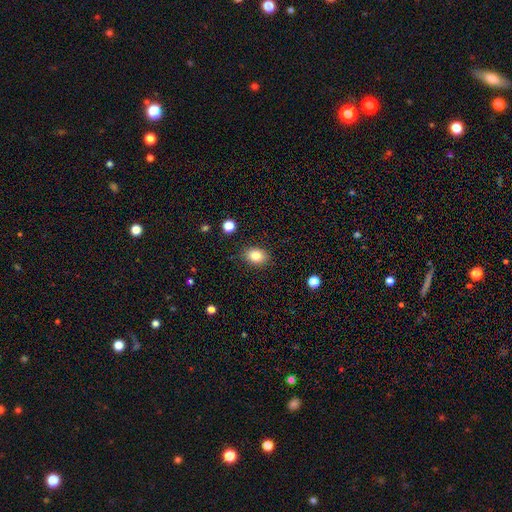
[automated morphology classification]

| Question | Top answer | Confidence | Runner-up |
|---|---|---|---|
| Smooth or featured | smooth | 82% | star or artifact (9%) |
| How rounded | in between | 73% | round (26%) |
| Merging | none | 86% | minor disturbance (10%) |